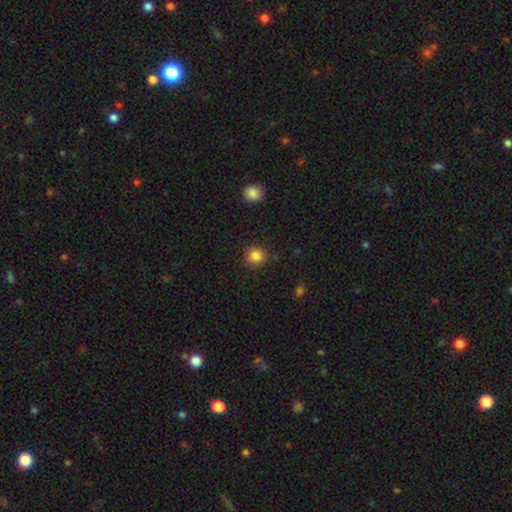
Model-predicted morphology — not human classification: smooth-or-featured: smooth: 84% | star or artifact: 11% | featured or disk: 5%
  how-rounded: round: 90% | in between: 9% | cigar-shaped: 1%
  merging: none: 87% | minor disturbance: 9% | major disturbance: 2% | merger: 2%